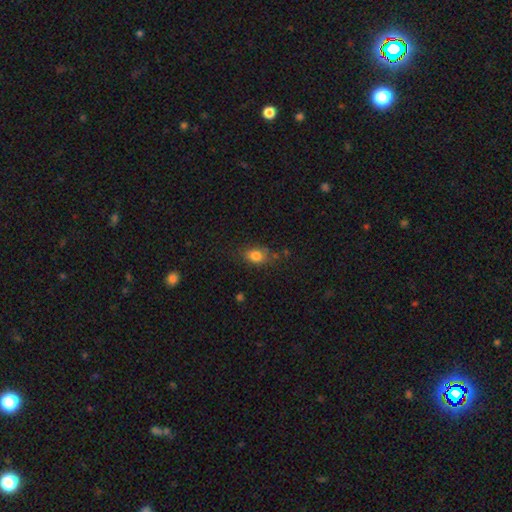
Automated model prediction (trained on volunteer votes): Q: Smooth or featured?
A: smooth (82%); runner-up: star or artifact (10%)
Q: How rounded?
A: in between (76%); runner-up: round (22%)
Q: Merging?
A: none (66%); runner-up: minor disturbance (23%)